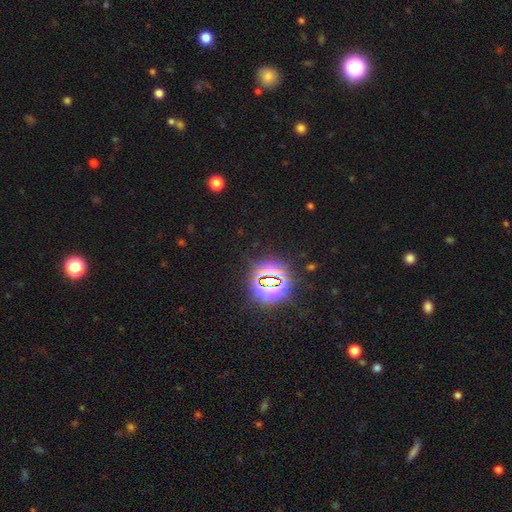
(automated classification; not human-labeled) smooth_or_featured: star or artifact (p=0.79) [alt: smooth p=0.14]